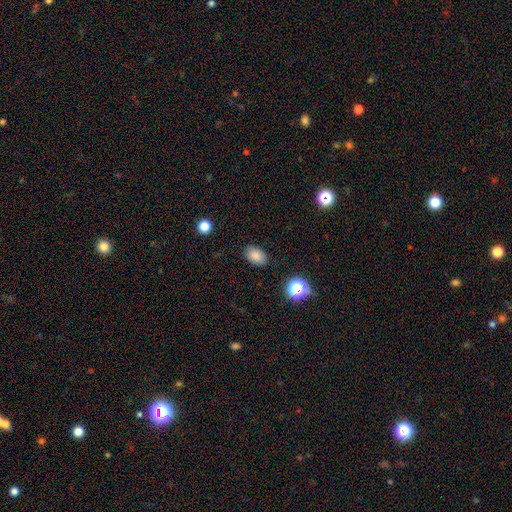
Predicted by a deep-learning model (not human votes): Smooth or featured? Predicted: smooth (p=0.85). How rounded? Predicted: in between (p=0.84). Merging? Predicted: none (p=0.86).